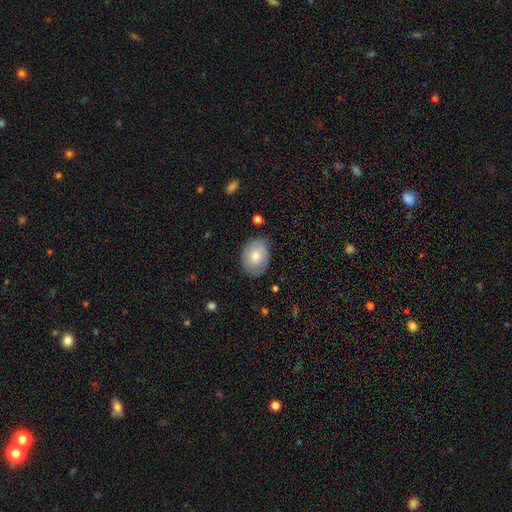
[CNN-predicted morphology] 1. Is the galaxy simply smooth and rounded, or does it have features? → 77% smooth, 17% featured or disk, 6% star or artifact.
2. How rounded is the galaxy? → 74% in between, 25% round, 1% cigar-shaped.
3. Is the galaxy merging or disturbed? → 80% none, 16% minor disturbance, 3% major disturbance, 1% merger.